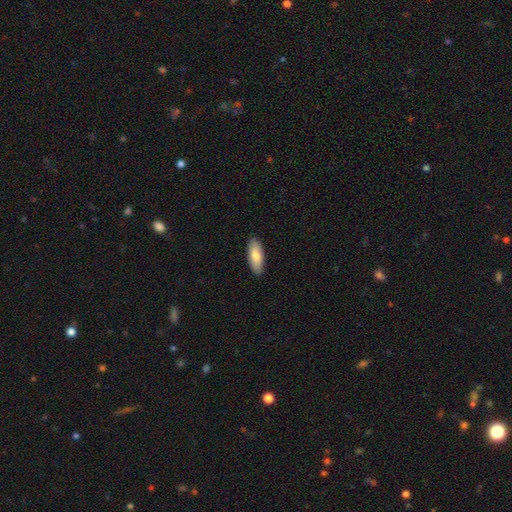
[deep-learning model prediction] Overall: smooth (83%). How rounded: in between (74%). Merging: none (90%).